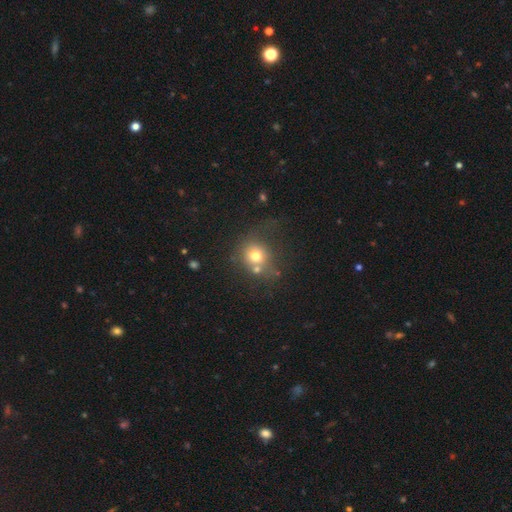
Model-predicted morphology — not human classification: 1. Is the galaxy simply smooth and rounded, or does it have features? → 69% smooth, 16% featured or disk, 15% star or artifact.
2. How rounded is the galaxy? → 81% round, 18% in between, 1% cigar-shaped.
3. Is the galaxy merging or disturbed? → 46% none, 24% merger, 17% minor disturbance, 13% major disturbance.